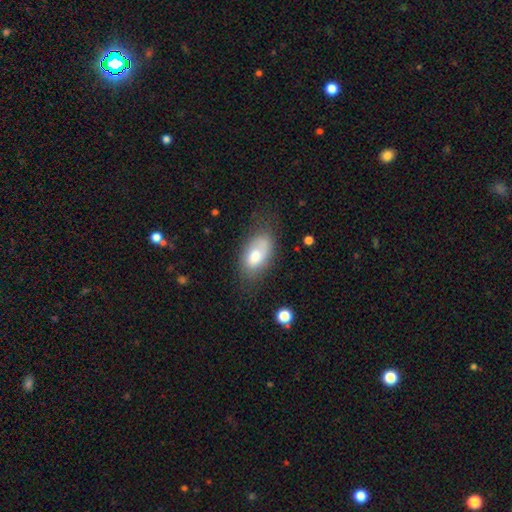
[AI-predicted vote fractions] Smooth or featured: smooth — 70% (featured or disk — 22%)
How rounded: in between — 92% (round — 5%)
Merging: none — 58% (minor disturbance — 26%)